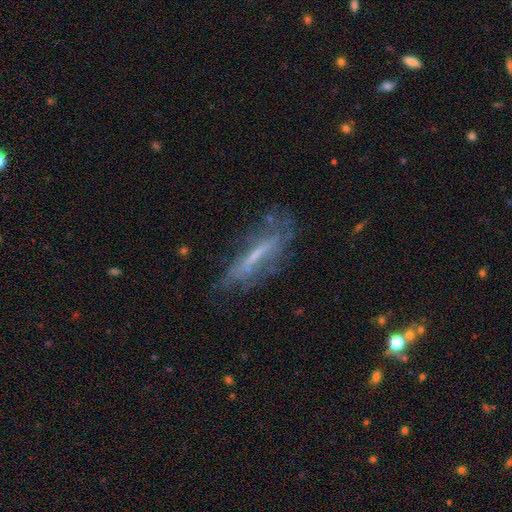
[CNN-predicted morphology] This is possibly a featured or disk galaxy (59%). It is possibly not viewed edge-on (53%). Merging: possibly none (60%).